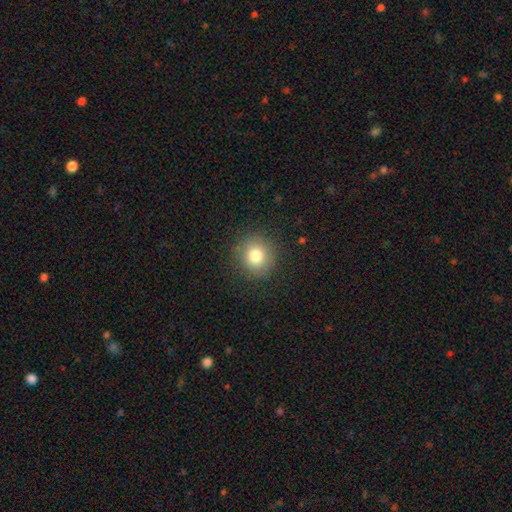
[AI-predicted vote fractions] smooth_or_featured: smooth (p=0.80) [alt: star or artifact p=0.11]
how_rounded: round (p=0.88) [alt: in between p=0.11]
merging: none (p=0.88) [alt: minor disturbance p=0.08]